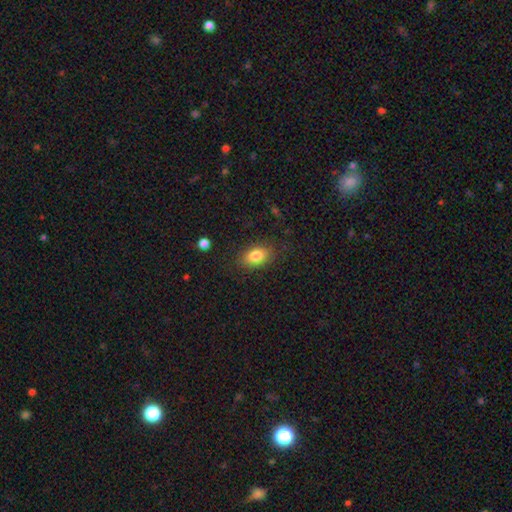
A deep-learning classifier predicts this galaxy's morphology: The model was most divided on "merging": none: 83%, minor disturbance: 12%, major disturbance: 4%, merger: 1%. More confident: how rounded — in between (86%); smooth or featured — smooth (83%).